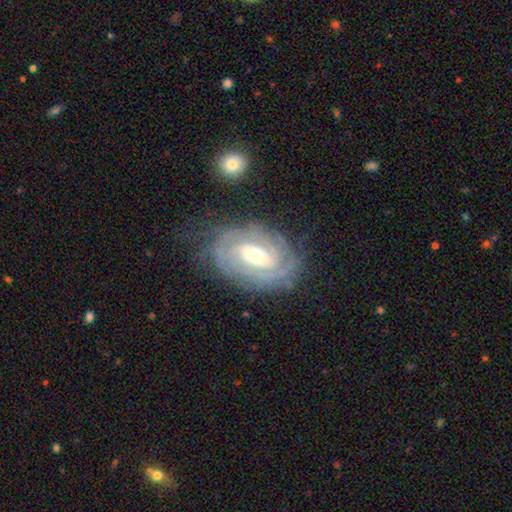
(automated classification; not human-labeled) A featured or disk galaxy (89%) with a weak bar (44%), 2 (33%) tight (79%) spiral arms (97%) and a moderate central bulge (55%).

Vote fractions:
- Smooth or featured? featured or disk: 89% / smooth: 6% / star or artifact: 5%
- Edge-on disk? no: 96% / yes: 4%
- Bar? weak: 44% / no: 34% / strong: 22%
- Spiral arms? yes: 97% / no: 3%
- Spiral winding? tight: 79% / medium: 18% / loose: 3%
- Spiral arm count? 2: 33% / can't tell: 25% / 3: 23% / 4: 10% / more than 4: 5% / 1: 5%
- Bulge size? moderate: 55% / small: 41% / large: 3% / none: 1% / dominant: 1%
- Merging? none: 74% / minor disturbance: 17% / major disturbance: 7% / merger: 2%